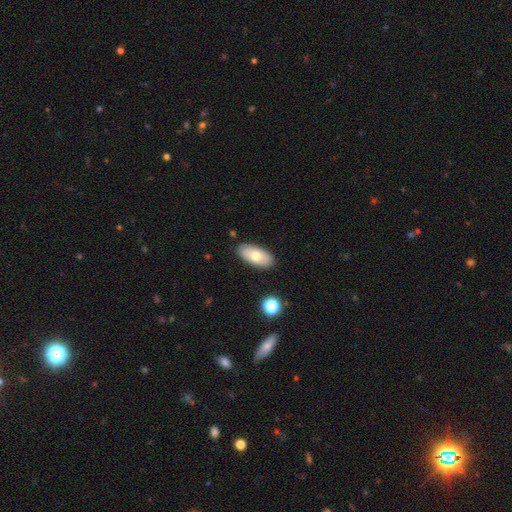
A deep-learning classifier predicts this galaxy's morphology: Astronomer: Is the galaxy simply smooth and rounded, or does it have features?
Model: smooth — 67%.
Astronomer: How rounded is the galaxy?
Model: in between — 92%.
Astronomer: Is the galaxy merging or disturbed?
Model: none — 86%.